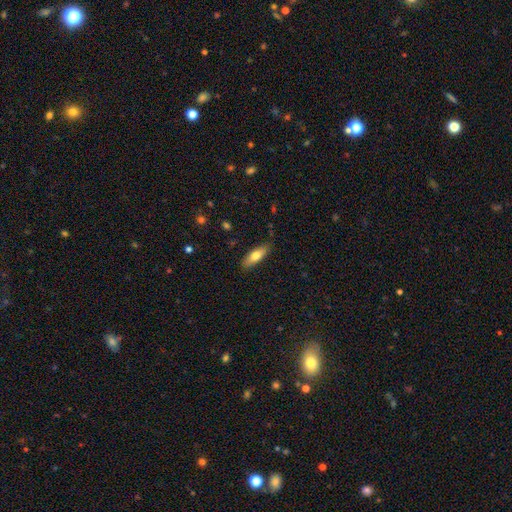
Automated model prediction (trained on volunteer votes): Q: Smooth or featured?
A: smooth (72%); runner-up: featured or disk (22%)
Q: How rounded?
A: in between (57%); runner-up: cigar-shaped (41%)
Q: Merging?
A: none (85%); runner-up: minor disturbance (12%)